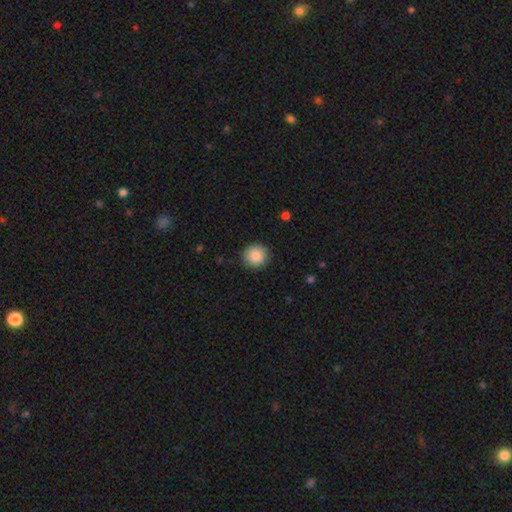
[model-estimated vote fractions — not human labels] This appears to be a smooth galaxy with no disk features (88%) that is round (91%). Merging: none (89%).